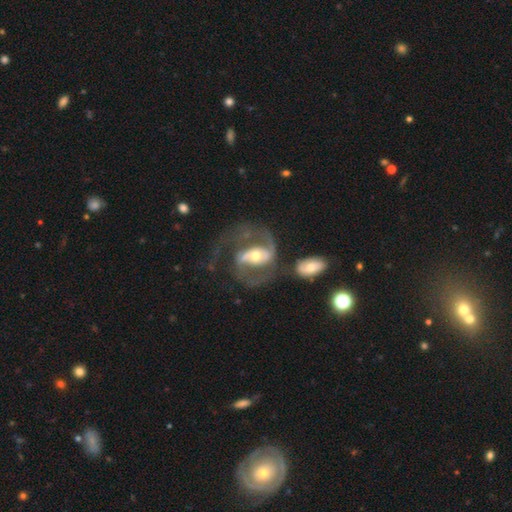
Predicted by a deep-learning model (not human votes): smooth-or-featured: featured or disk: 87% | smooth: 8% | star or artifact: 5%
  disk-edge-on: no: 97% | yes: 3%
    bar: strong: 36% | weak: 35% | no: 30%
    has-spiral-arms: yes: 92% | no: 8%
      spiral-winding: medium: 55% | loose: 28% | tight: 17%
      spiral-arm-count: 2: 86% | 1: 4% | can't tell: 4% | 3: 3% | 4: 1% | more than 4: 1%
    bulge-size: moderate: 68% | small: 20% | large: 9% | dominant: 1% | none: 1%
  merging: none: 45% | major disturbance: 27% | minor disturbance: 15% | merger: 13%